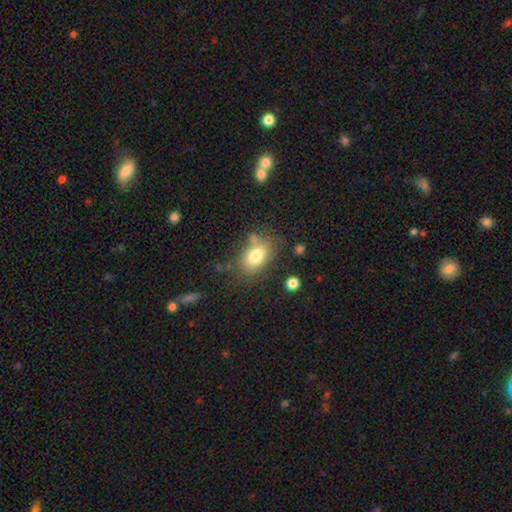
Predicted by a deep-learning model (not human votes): Smooth or featured?
  - smooth: 76% *
  - featured or disk: 14%
  - star or artifact: 9%
How rounded?
  - in between: 83% *
  - round: 16%
  - cigar-shaped: 2%
Merging?
  - none: 65% *
  - minor disturbance: 18%
  - merger: 9%
  - major disturbance: 8%